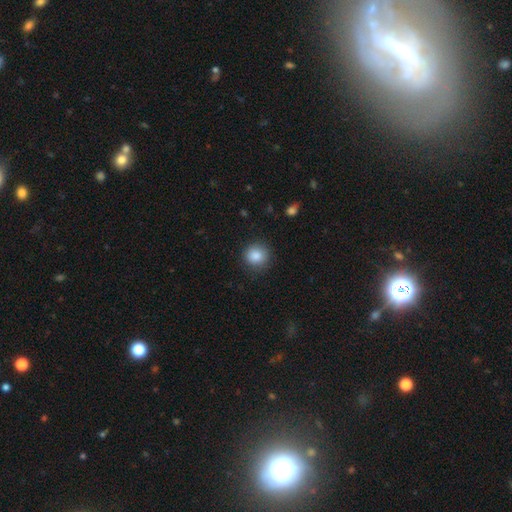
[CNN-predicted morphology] Q: Smooth or featured?
A: smooth (86%); runner-up: star or artifact (9%)
Q: How rounded?
A: round (92%); runner-up: in between (7%)
Q: Merging?
A: none (88%); runner-up: minor disturbance (9%)